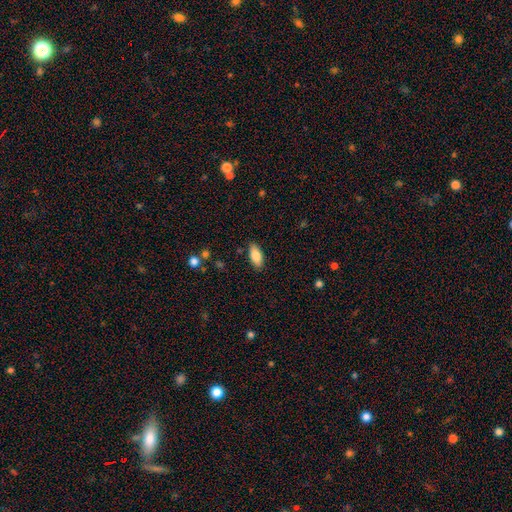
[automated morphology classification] A smooth galaxy with no disk features (84%) that is in between round and cigar-shaped (88%). Merging: none (86%).